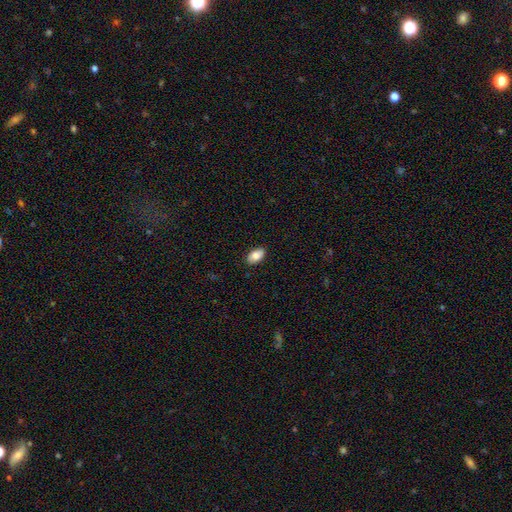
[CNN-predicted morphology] Q: Smooth or featured?
A: smooth (81%); runner-up: featured or disk (12%)
Q: How rounded?
A: in between (93%); runner-up: round (5%)
Q: Merging?
A: none (87%); runner-up: minor disturbance (10%)